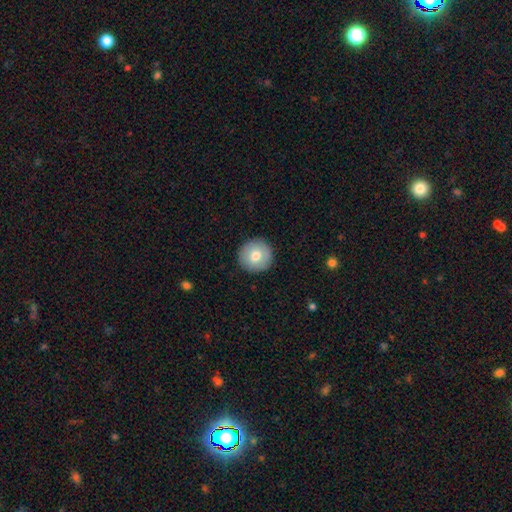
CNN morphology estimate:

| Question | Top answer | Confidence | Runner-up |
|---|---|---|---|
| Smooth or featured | smooth | 75% | featured or disk (17%) |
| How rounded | round | 95% | in between (4%) |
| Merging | none | 91% | minor disturbance (6%) |